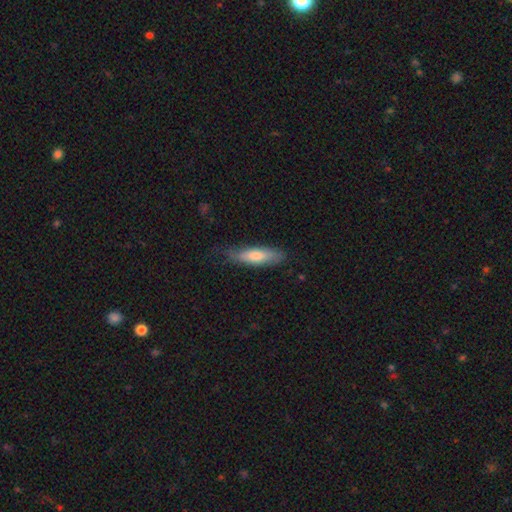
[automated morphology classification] smooth_or_featured: smooth (p=0.73) [alt: featured or disk p=0.22]
how_rounded: cigar-shaped (p=0.61) [alt: in between p=0.37]
merging: none (p=0.71) [alt: minor disturbance p=0.22]